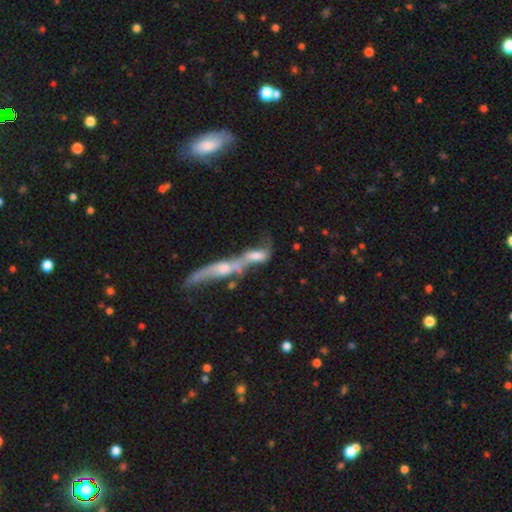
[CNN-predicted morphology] Smooth or featured?
  - featured or disk: 47% *
  - smooth: 44%
  - star or artifact: 9%
Merging?
  - merger: 72% *
  - none: 11%
  - major disturbance: 10%
  - minor disturbance: 7%